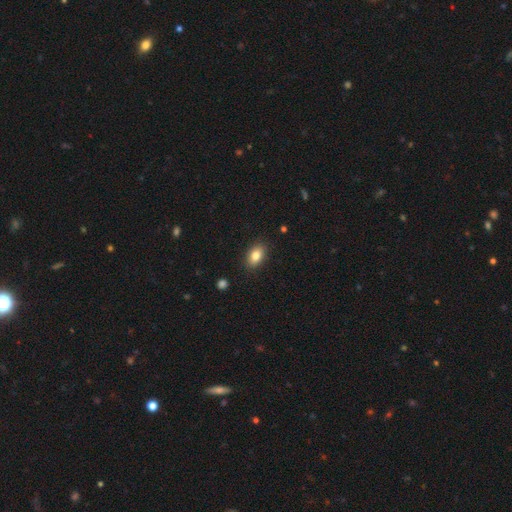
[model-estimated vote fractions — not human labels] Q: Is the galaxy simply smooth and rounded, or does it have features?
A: smooth — 83%.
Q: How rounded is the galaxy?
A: in between — 87%.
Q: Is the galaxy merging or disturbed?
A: none — 88%.